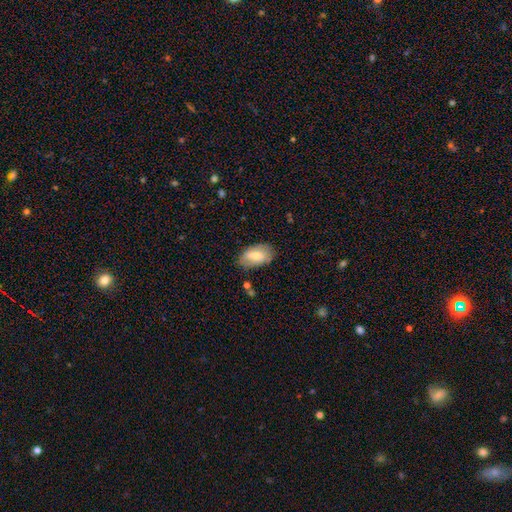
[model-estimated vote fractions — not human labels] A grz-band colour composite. It shows a smooth galaxy with no disk features (70%) that is in between round and cigar-shaped (93%). Merging: none (76%).